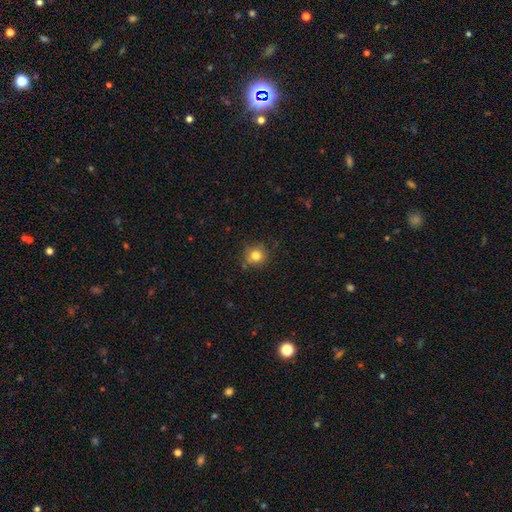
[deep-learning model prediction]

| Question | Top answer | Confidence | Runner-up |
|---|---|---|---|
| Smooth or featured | smooth | 79% | star or artifact (13%) |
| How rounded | round | 89% | in between (10%) |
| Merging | none | 78% | minor disturbance (15%) |